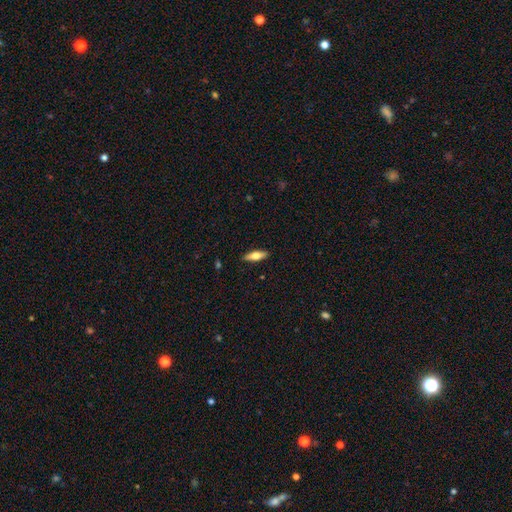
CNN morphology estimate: Overall: smooth (59%; featured or disk 35%). How rounded: in between (51%; cigar-shaped 46%). Merging: none (90%).